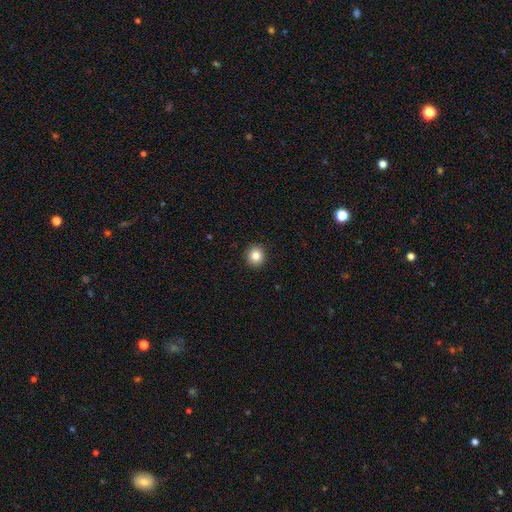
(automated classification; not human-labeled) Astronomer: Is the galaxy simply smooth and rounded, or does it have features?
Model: smooth — 85%.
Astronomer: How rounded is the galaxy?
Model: round — 91%.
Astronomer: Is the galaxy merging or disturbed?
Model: none — 93%.